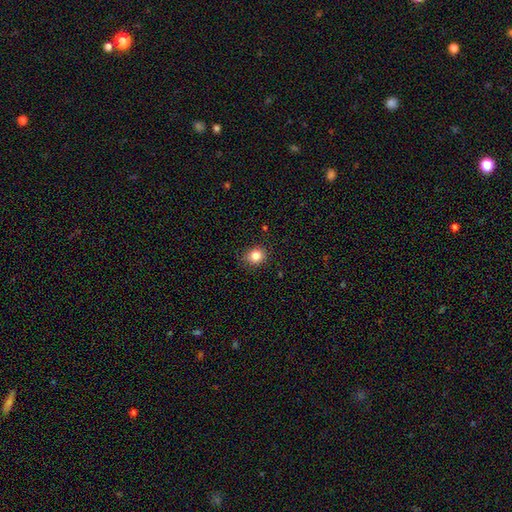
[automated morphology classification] Smooth or featured? Predicted: smooth (p=0.84). How rounded? Predicted: round (p=0.74). Merging? Predicted: none (p=0.86).